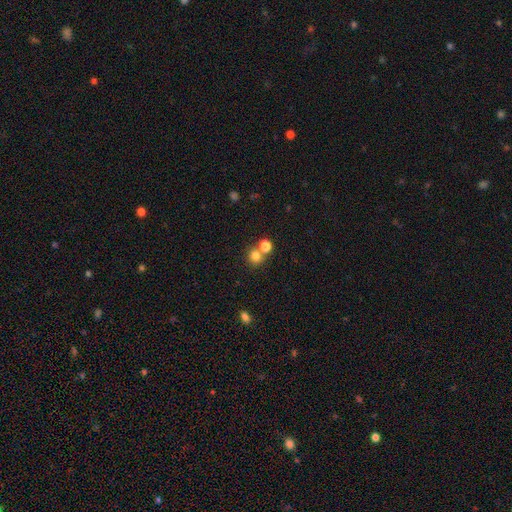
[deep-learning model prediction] Smooth or featured? smooth (78%)
How rounded? round (82%)
Merging? none (57%)